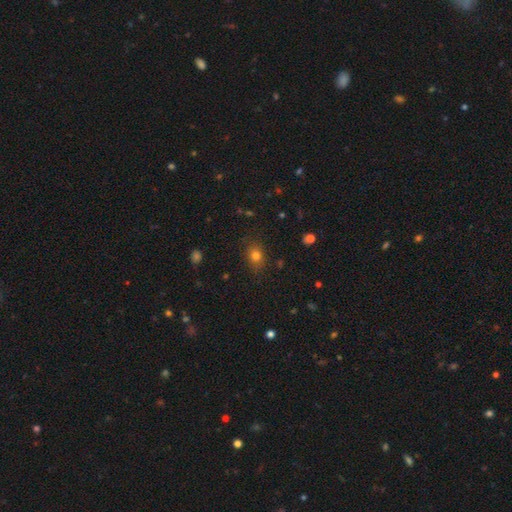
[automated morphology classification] type=smooth (78%); roundness=in between (50%); merging=none (83%).